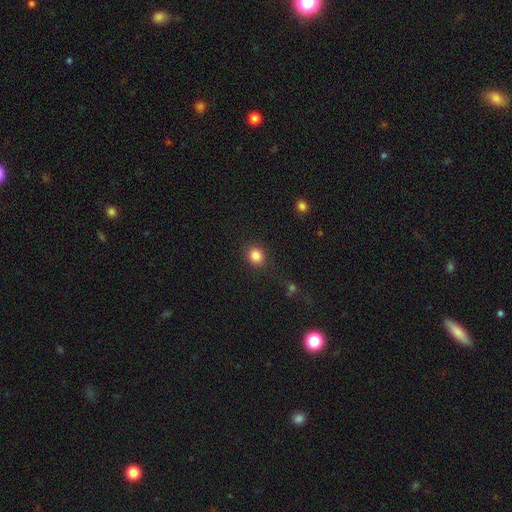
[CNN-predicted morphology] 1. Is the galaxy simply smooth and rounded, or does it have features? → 85% smooth, 11% star or artifact, 4% featured or disk.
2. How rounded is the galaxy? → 75% round, 24% in between, 1% cigar-shaped.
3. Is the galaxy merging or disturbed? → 86% none, 9% minor disturbance, 4% major disturbance, 2% merger.